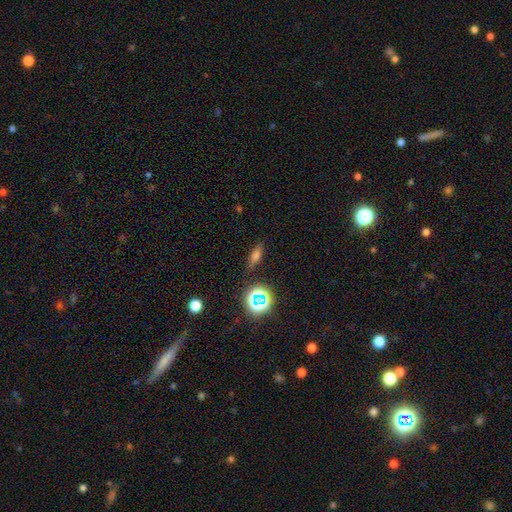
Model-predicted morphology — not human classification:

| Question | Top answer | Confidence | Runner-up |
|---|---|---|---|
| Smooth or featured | smooth | 60% | star or artifact (20%) |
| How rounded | cigar-shaped | 46% | in between (45%) |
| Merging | none | 83% | minor disturbance (11%) |